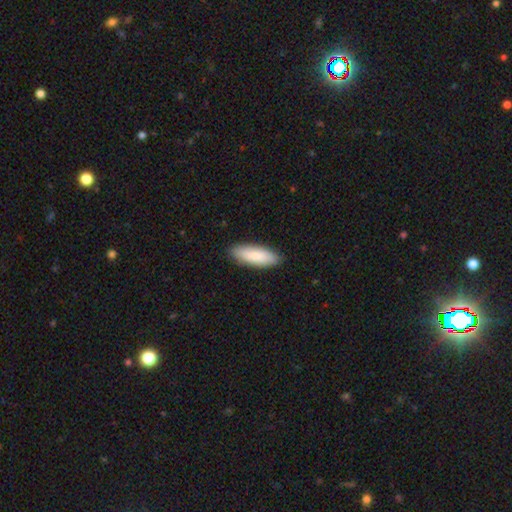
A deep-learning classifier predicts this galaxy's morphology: Overall: smooth (85%). How rounded: in between (63%; cigar-shaped 35%). Merging: none (89%).